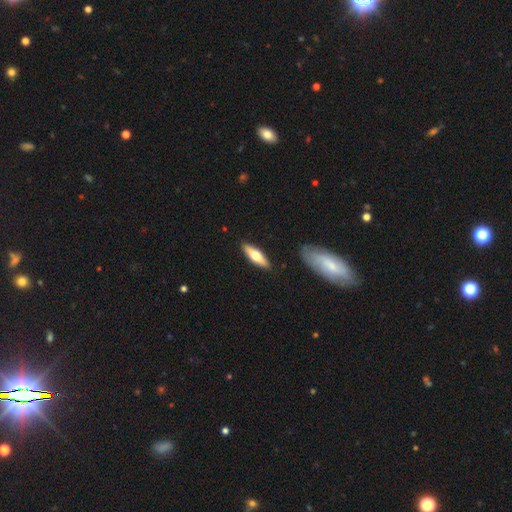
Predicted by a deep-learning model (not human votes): Q: Smooth or featured?
A: smooth (54%); runner-up: featured or disk (41%)
Q: How rounded?
A: cigar-shaped (54%); runner-up: in between (44%)
Q: Merging?
A: none (89%); runner-up: minor disturbance (8%)